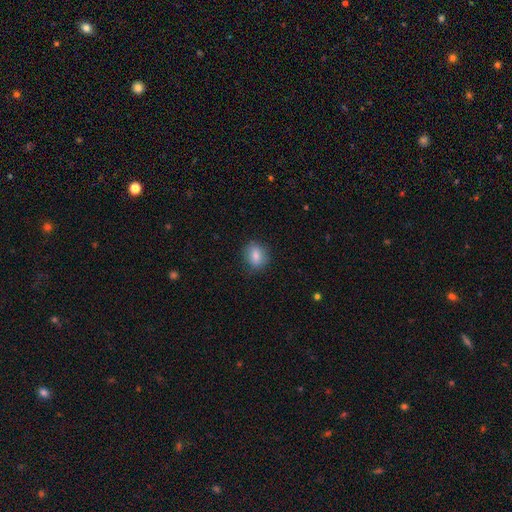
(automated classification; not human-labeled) This is clearly a smooth galaxy (84%). How rounded: possibly in between (49%, tied with round). Merging: clearly none (81%).